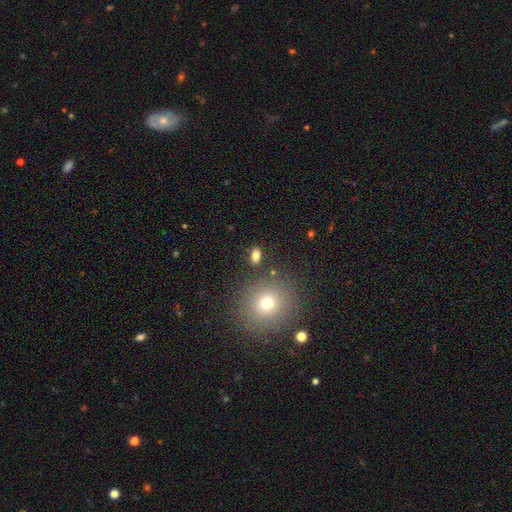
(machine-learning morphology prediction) Smooth or featured?
  - smooth: 79% *
  - star or artifact: 13%
  - featured or disk: 8%
How rounded?
  - in between: 80% *
  - round: 16%
  - cigar-shaped: 4%
Merging?
  - none: 83% *
  - minor disturbance: 9%
  - merger: 4%
  - major disturbance: 3%